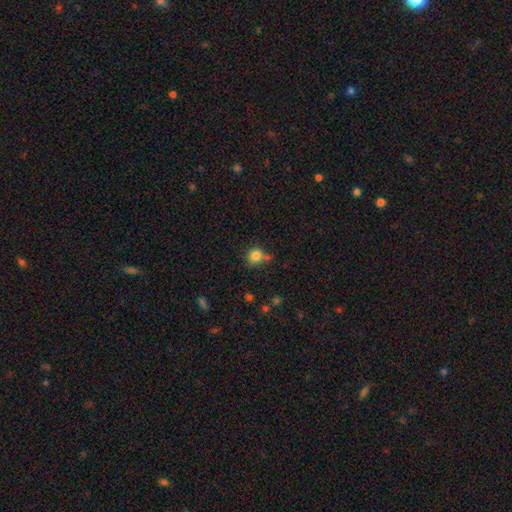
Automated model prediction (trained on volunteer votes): Smooth or featured: smooth — 82% (star or artifact — 11%)
How rounded: round — 75% (in between — 24%)
Merging: none — 54% (minor disturbance — 24%)